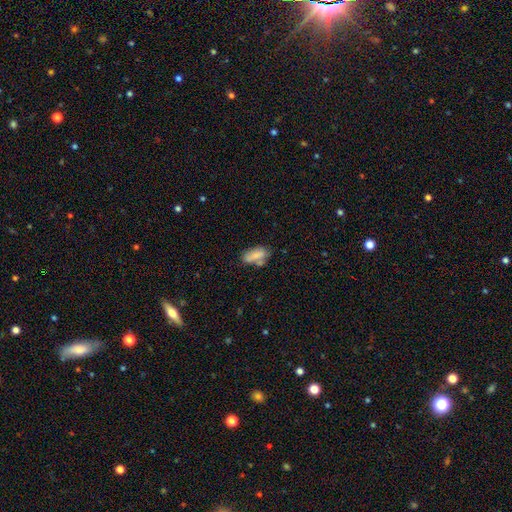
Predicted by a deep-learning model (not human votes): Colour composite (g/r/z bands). It shows a smooth galaxy with no disk features (74%) that is in between round and cigar-shaped (83%). Merging: none (52%).